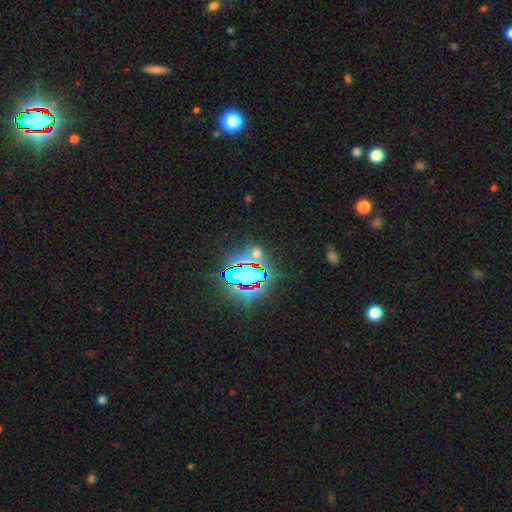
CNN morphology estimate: smooth_or_featured: star or artifact (p=0.77) [alt: smooth p=0.13]